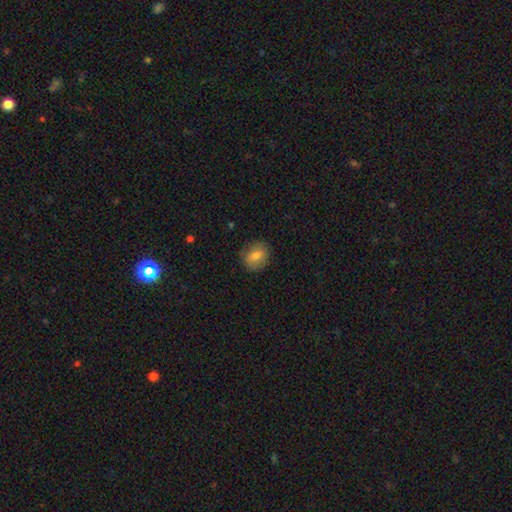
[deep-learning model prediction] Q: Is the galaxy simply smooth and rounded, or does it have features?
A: smooth — 75%.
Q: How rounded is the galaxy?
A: round — 62%.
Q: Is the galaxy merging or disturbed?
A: none — 83%.